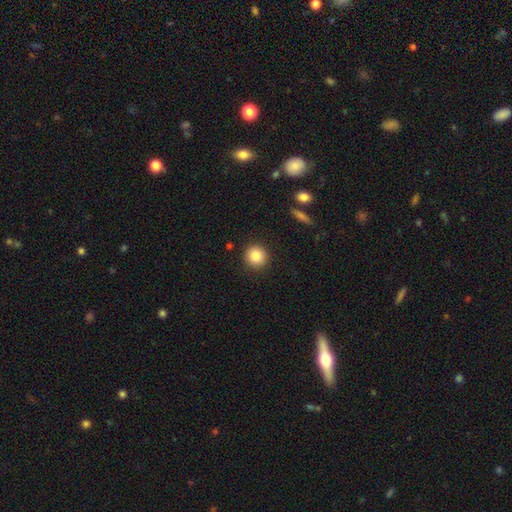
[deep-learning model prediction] Smooth or featured?
  - smooth: 86% *
  - star or artifact: 9%
  - featured or disk: 5%
How rounded?
  - round: 92% *
  - in between: 7%
  - cigar-shaped: 1%
Merging?
  - none: 91% *
  - minor disturbance: 6%
  - major disturbance: 2%
  - merger: 1%